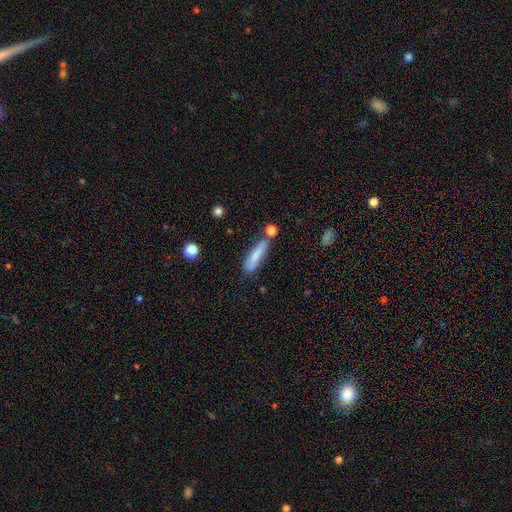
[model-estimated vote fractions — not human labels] smooth-or-featured: smooth: 75% | featured or disk: 18% | star or artifact: 7%
  how-rounded: cigar-shaped: 77% | in between: 21% | round: 2%
  merging: none: 65% | minor disturbance: 19% | merger: 11% | major disturbance: 5%